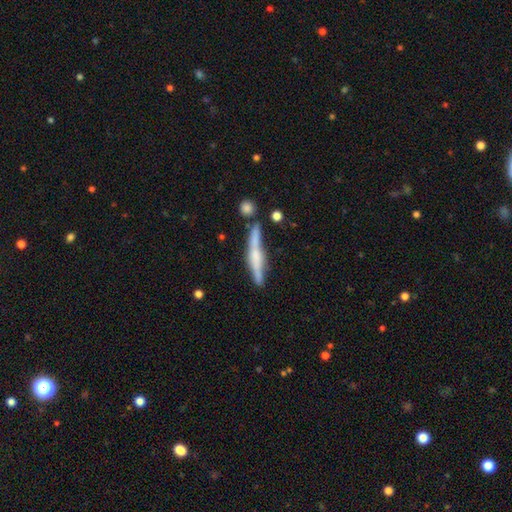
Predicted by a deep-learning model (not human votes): Overall: featured or disk (63%; smooth 30%). Edge-on disk: yes (94%). Edge-on bulge: rounded (57%; boxy 23%). Merging: none (70%).